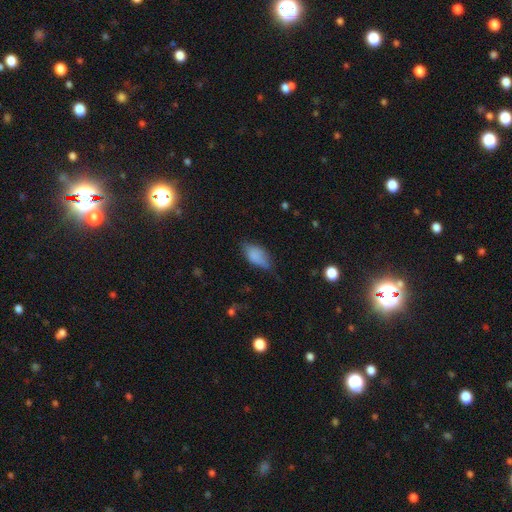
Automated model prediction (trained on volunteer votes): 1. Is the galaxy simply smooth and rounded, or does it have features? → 81% smooth, 11% featured or disk, 9% star or artifact.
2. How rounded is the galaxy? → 89% in between, 6% cigar-shaped, 4% round.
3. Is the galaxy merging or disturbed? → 50% none, 37% minor disturbance, 11% major disturbance, 2% merger.